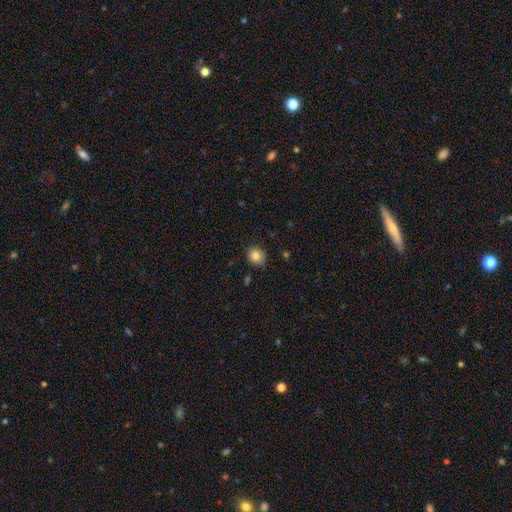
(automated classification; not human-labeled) This appears to be a smooth galaxy with no disk features (82%) that is round (76%). Merging: none (84%).